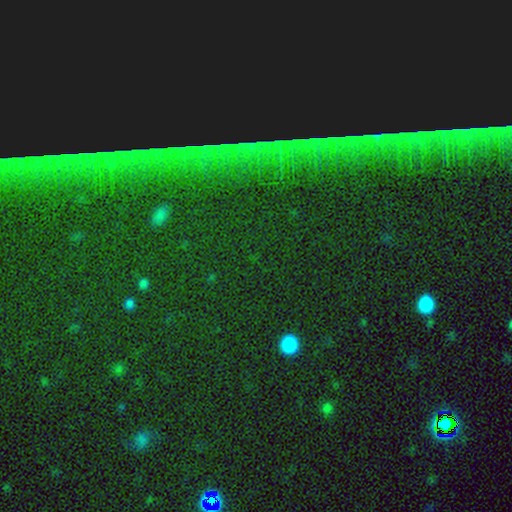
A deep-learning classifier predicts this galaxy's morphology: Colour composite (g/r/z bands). It shows a star or artifact, not a galaxy (78%).